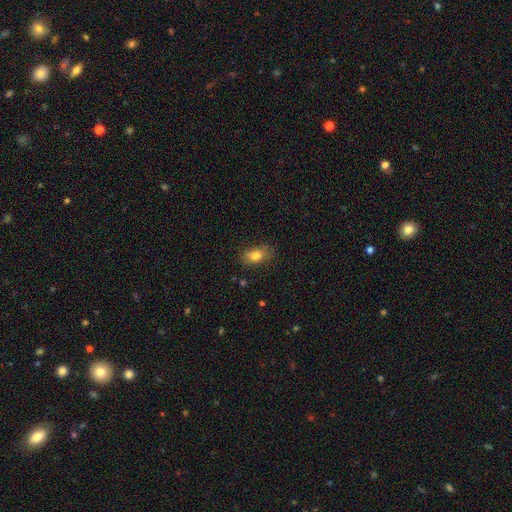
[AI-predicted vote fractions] Smooth or featured? Predicted: smooth (p=0.80). How rounded? Predicted: in between (p=0.82). Merging? Predicted: none (p=0.77).